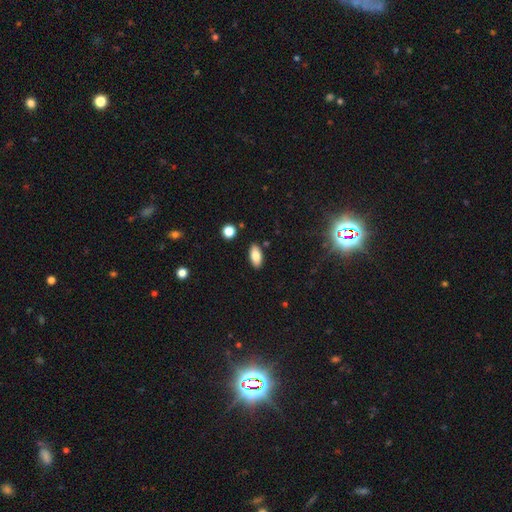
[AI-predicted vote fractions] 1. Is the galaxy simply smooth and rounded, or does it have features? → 82% smooth, 10% featured or disk, 8% star or artifact.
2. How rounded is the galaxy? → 89% in between, 8% cigar-shaped, 3% round.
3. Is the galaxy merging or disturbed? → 87% none, 9% minor disturbance, 2% merger, 2% major disturbance.